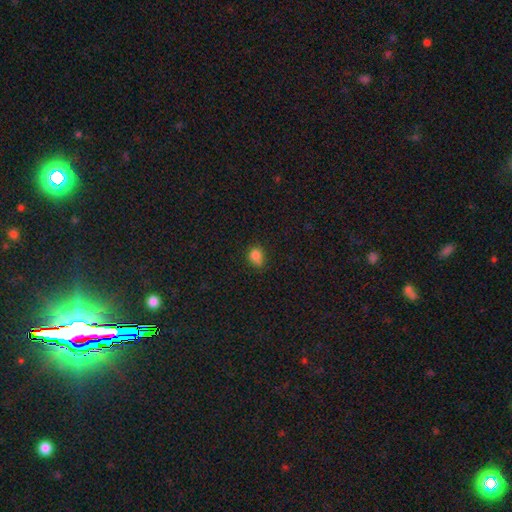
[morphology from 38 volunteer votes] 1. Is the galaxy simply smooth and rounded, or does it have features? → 95% smooth, 3% featured or disk, 3% star or artifact.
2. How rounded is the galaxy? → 56% round, 42% in between, 3% cigar-shaped.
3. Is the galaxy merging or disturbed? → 54% none, 43% minor disturbance, 3% major disturbance, 0% merger.